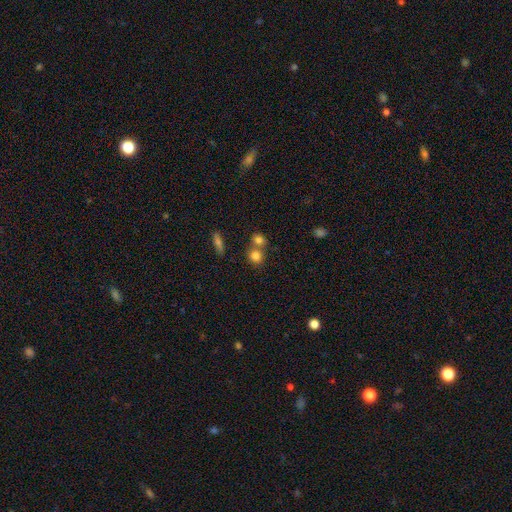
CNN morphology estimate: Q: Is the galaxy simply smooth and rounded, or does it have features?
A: smooth — 80%.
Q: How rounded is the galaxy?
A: round — 84%.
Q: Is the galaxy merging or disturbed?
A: none — 51%.